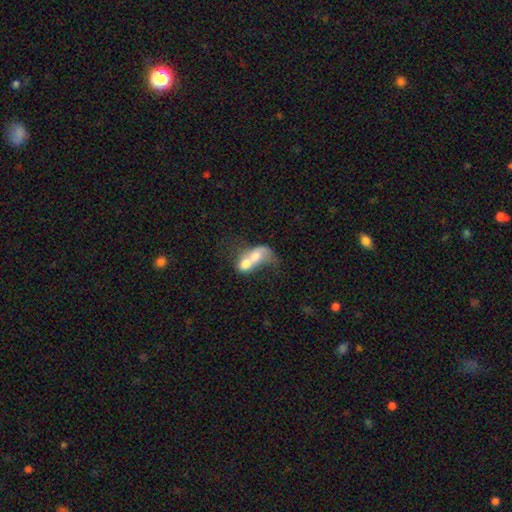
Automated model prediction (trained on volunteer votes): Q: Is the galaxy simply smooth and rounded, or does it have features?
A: smooth — 57%.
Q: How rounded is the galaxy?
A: in between — 71%.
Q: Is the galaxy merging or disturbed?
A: merger — 78%.